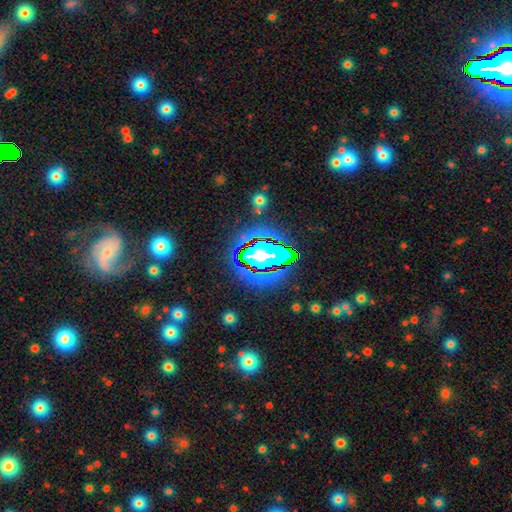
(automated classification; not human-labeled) A star or artifact, not a galaxy (65%).

Vote fractions:
- Smooth or featured? star or artifact: 65% / smooth: 18% / featured or disk: 17%